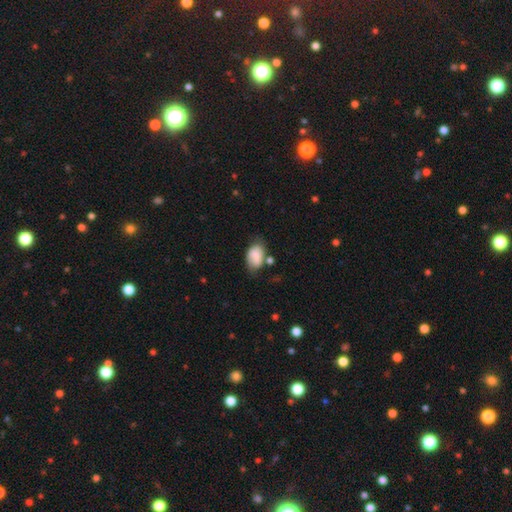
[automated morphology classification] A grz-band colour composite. It shows a smooth galaxy with no disk features (74%) that is in between round and cigar-shaped (87%). Merging: none (49%).